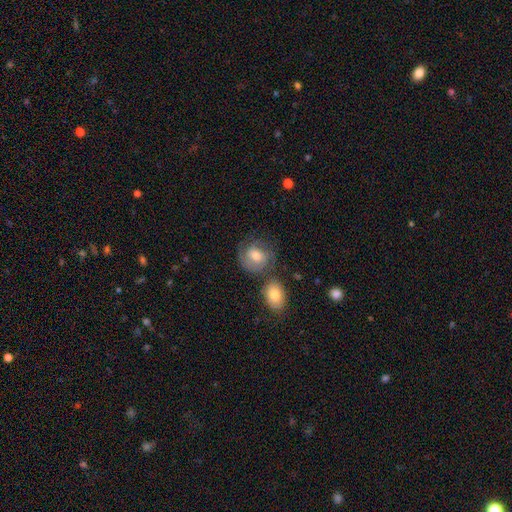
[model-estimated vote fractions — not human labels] featured or disk 49%, smooth 43%, star or artifact 8%. Down the decision tree: merging — none (56%).